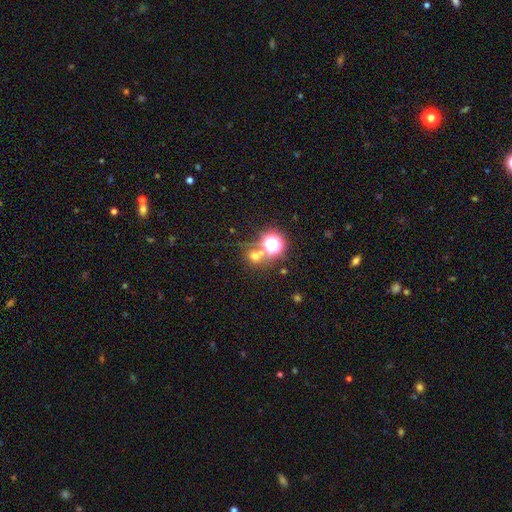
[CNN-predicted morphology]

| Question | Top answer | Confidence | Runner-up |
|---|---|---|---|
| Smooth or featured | smooth | 55% | star or artifact (35%) |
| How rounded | round | 85% | in between (14%) |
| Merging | none | 62% | merger (25%) |